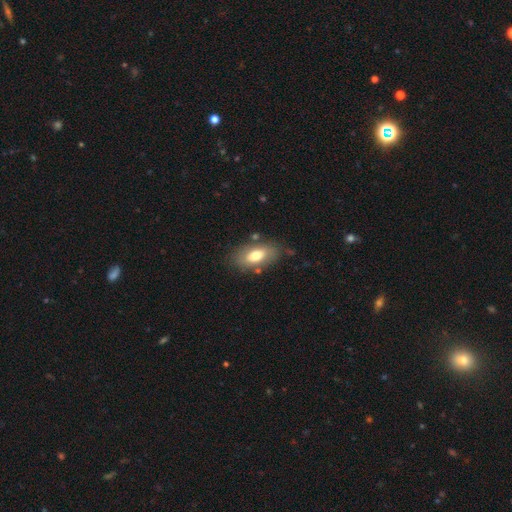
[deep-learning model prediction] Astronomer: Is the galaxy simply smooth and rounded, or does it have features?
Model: smooth — 70%.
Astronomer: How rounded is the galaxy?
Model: in between — 90%.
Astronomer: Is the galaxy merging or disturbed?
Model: none — 75%.